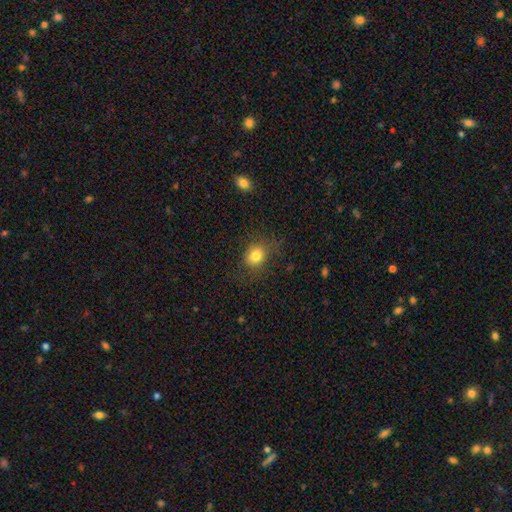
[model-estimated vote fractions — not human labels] Morphology: type=smooth (81%); roundness=round (65%); merging=none (73%).